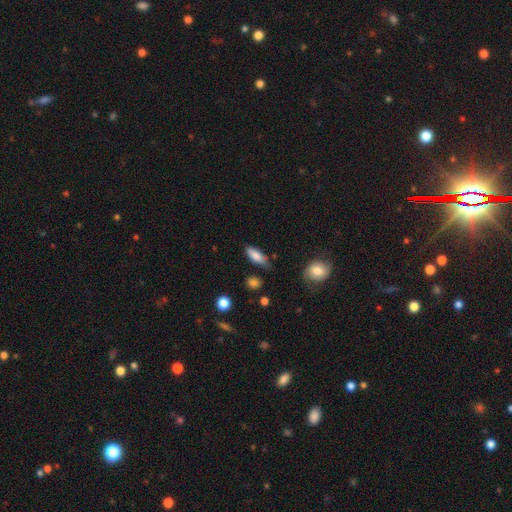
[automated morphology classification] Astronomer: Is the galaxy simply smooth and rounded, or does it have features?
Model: smooth — 81%.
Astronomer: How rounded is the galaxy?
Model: in between — 69%.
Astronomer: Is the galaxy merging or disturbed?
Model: none — 66%.